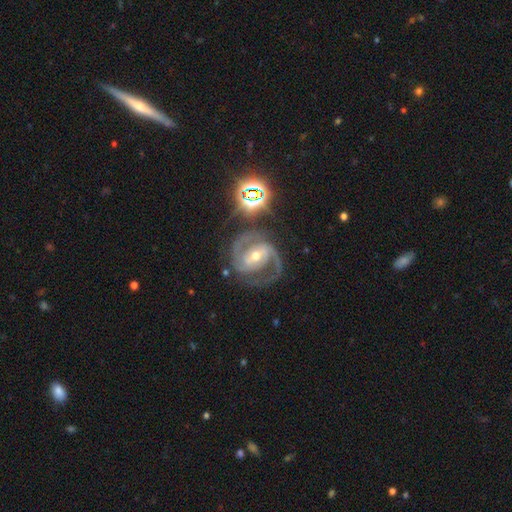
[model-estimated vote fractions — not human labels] Morphology: type=featured or disk (88%); edge-on=no (98%); bar=strong (40%); spiral arms=yes (98%); winding=medium (55%); arm count=2 (87%); bulge=moderate (60%); merging=none (70%).